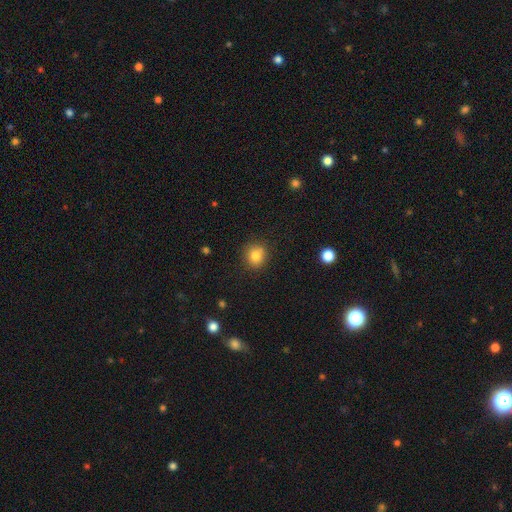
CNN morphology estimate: smooth_or_featured: smooth (p=0.82) [alt: star or artifact p=0.11]
how_rounded: round (p=0.80) [alt: in between p=0.19]
merging: none (p=0.82) [alt: minor disturbance p=0.12]